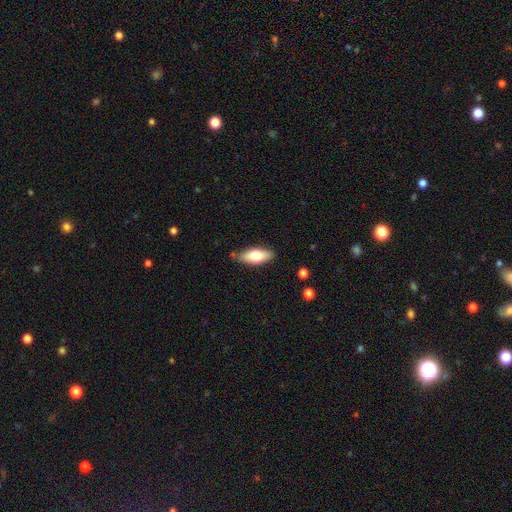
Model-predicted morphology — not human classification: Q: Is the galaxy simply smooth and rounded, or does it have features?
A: smooth — 73%.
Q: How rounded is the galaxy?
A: in between — 77%.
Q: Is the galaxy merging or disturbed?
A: none — 81%.